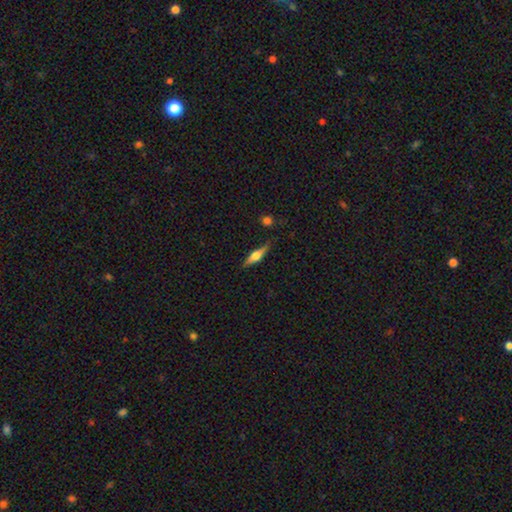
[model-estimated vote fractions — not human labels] Morphology: type=featured or disk (57%); edge-on=yes (95%); edge-on bulge=rounded (89%); merging=none (80%).